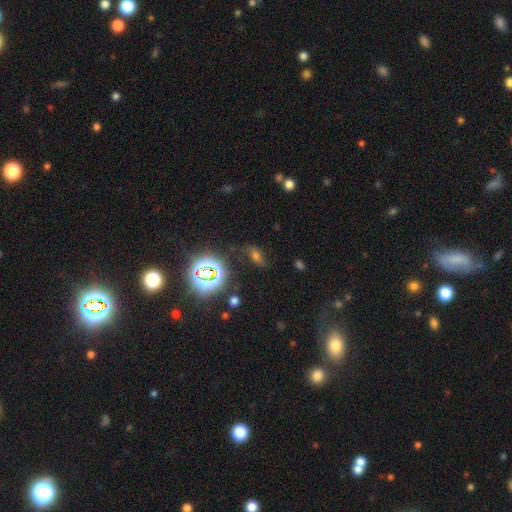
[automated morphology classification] type=star or artifact (57%).